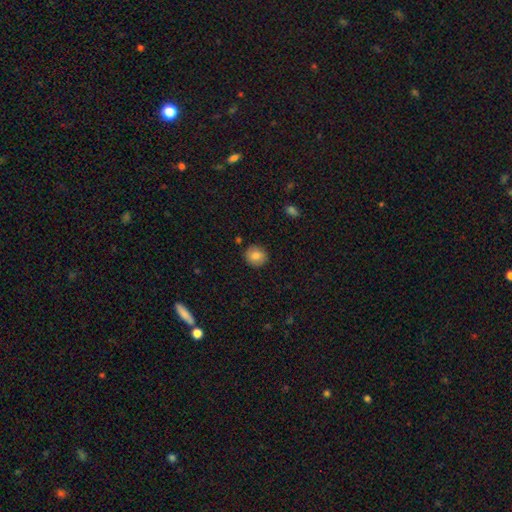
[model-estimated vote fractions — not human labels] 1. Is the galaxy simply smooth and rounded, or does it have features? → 83% smooth, 9% star or artifact, 8% featured or disk.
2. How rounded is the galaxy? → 83% round, 16% in between, 1% cigar-shaped.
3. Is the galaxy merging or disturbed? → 89% none, 8% minor disturbance, 2% major disturbance, 2% merger.